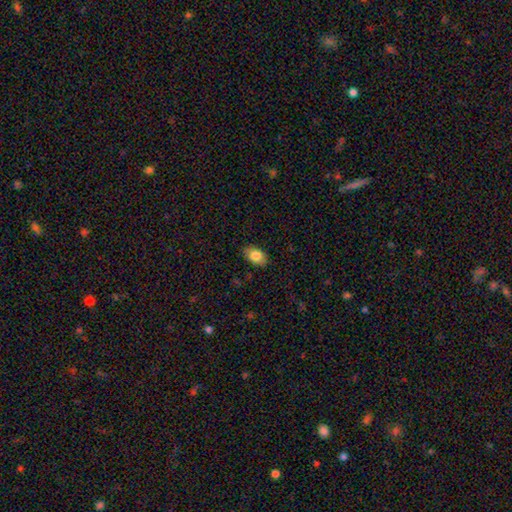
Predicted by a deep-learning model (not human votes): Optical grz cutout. It shows a smooth galaxy with no disk features (83%) that is in between round and cigar-shaped (88%). Merging: none (86%).